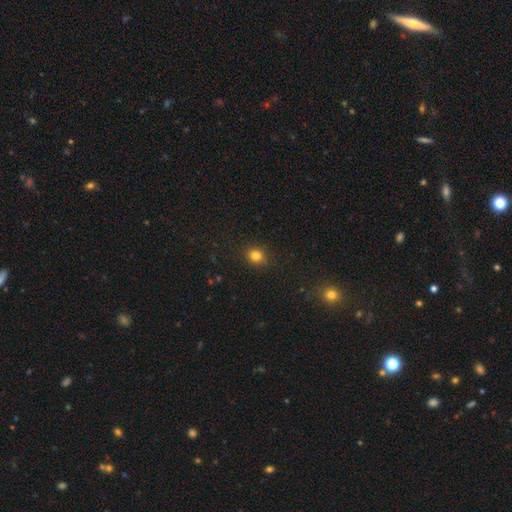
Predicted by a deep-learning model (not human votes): smooth 81%, star or artifact 14%, featured or disk 5%. Down the decision tree: how rounded — round (79%); merging — none (86%).